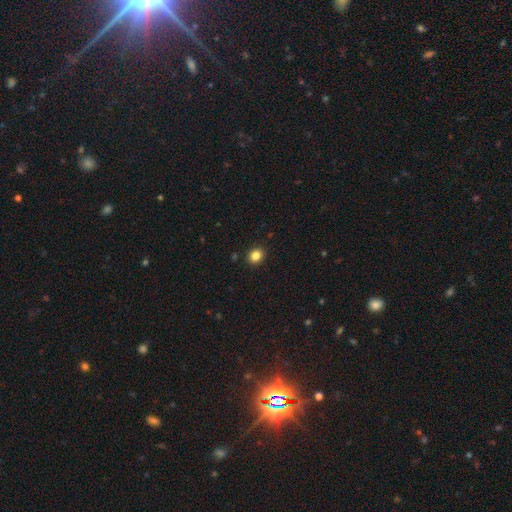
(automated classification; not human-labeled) smooth_or_featured: smooth (p=0.84) [alt: star or artifact p=0.11]
how_rounded: round (p=0.65) [alt: in between p=0.34]
merging: none (p=0.91) [alt: minor disturbance p=0.06]